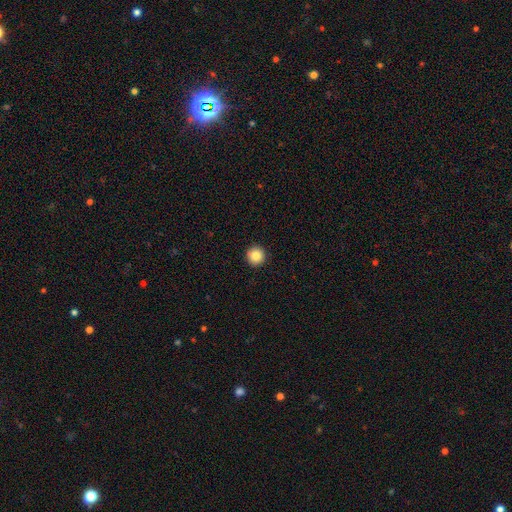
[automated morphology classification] Q: Smooth or featured?
A: smooth (85%); runner-up: star or artifact (9%)
Q: How rounded?
A: round (96%); runner-up: in between (3%)
Q: Merging?
A: none (93%); runner-up: minor disturbance (4%)